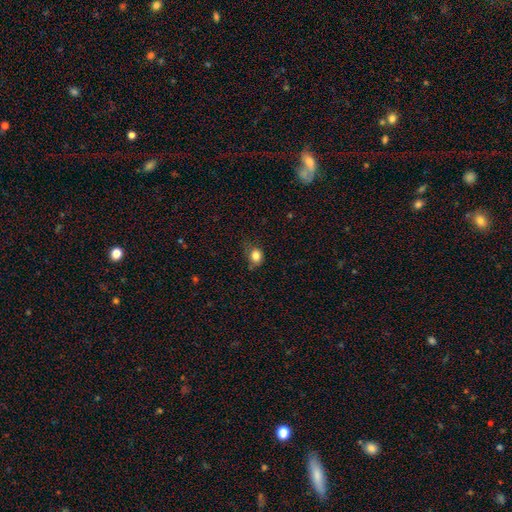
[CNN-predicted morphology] This is clearly a smooth galaxy (83%). How rounded: possibly round (58%). Merging: possibly none (57%).